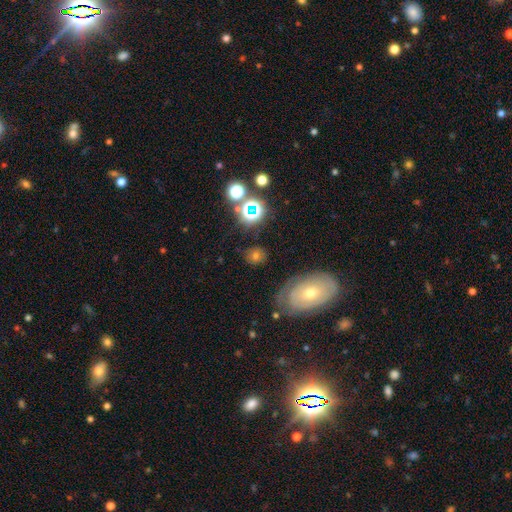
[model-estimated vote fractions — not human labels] Smooth or featured? Predicted: smooth (p=0.55). How rounded? Predicted: round (p=0.64). Merging? Predicted: none (p=0.75).